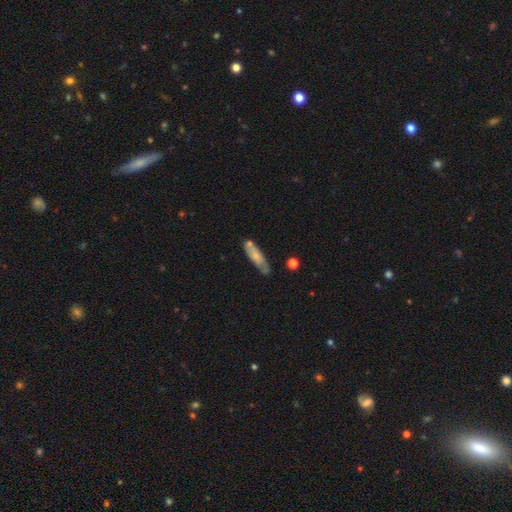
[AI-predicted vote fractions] This appears to be a smooth galaxy with no disk features (66%) that is cigar-shaped (65%). Merging: none (62%).